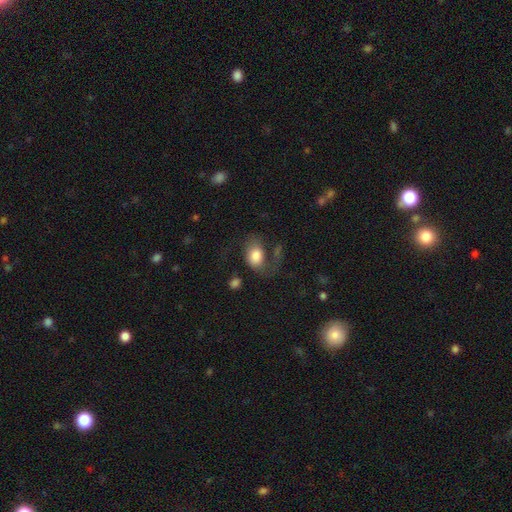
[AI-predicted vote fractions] The model was most divided on "merging": none: 36%, major disturbance: 34%, minor disturbance: 23%, merger: 7%. More confident: how rounded — in between (76%); smooth or featured — smooth (74%).